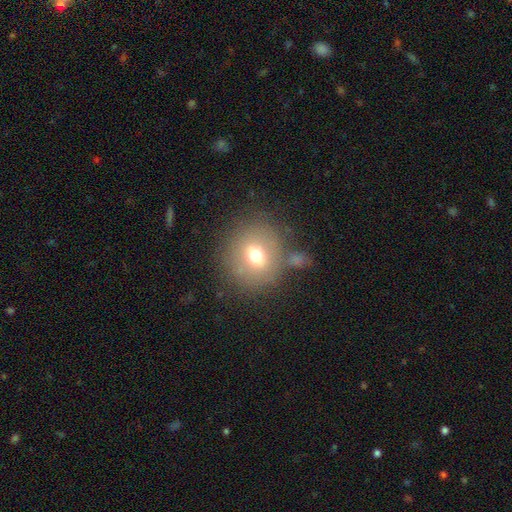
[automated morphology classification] A smooth galaxy with no disk features (66%) that is round (81%). Merging: none (71%).